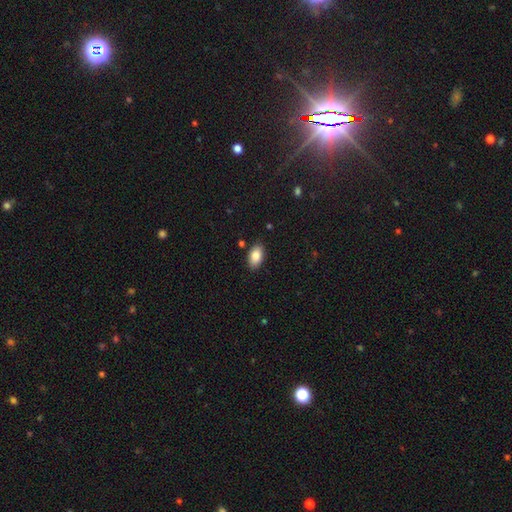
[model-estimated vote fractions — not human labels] Smooth or featured: smooth — 84% (featured or disk — 8%)
How rounded: in between — 93% (round — 5%)
Merging: none — 87% (minor disturbance — 10%)